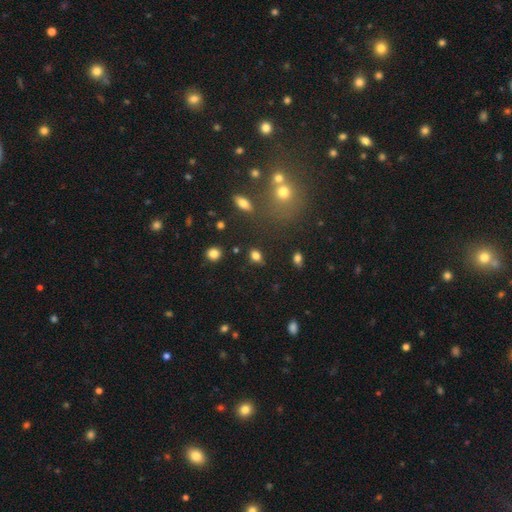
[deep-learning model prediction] A smooth galaxy with no disk features (79%) that is in between round and cigar-shaped (70%). Merging: none (75%).